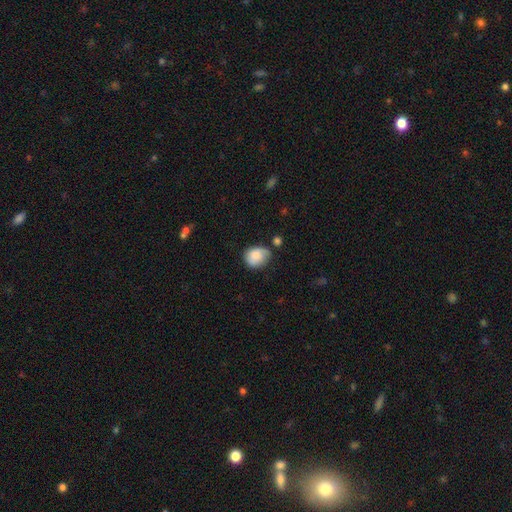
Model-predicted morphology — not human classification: A smooth galaxy with no disk features (78%) that is round (52%).

Vote fractions:
- Smooth or featured? smooth: 78% / featured or disk: 15% / star or artifact: 8%
- How rounded? round: 52% / in between: 47% / cigar-shaped: 1%
- Merging? none: 48% / minor disturbance: 36% / major disturbance: 10% / merger: 6%